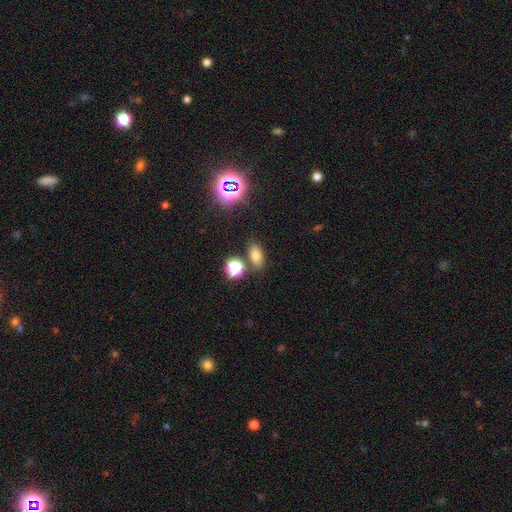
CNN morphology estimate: The model was most divided on "smooth or featured": smooth: 68%, star or artifact: 22%, featured or disk: 11%. More confident: how rounded — in between (80%); merging — none (77%).